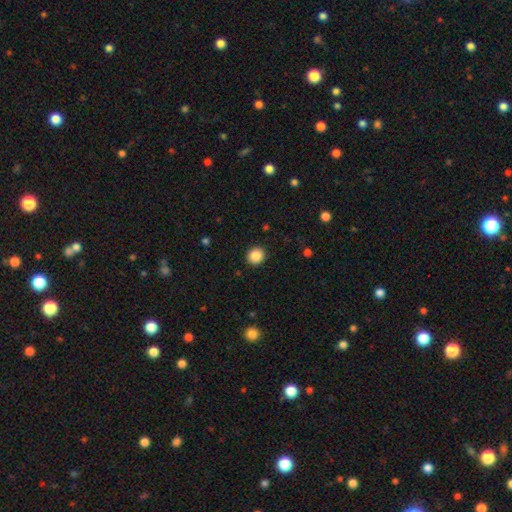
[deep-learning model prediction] Smooth or featured: smooth — 86% (star or artifact — 10%)
How rounded: round — 87% (in between — 13%)
Merging: none — 92% (minor disturbance — 5%)